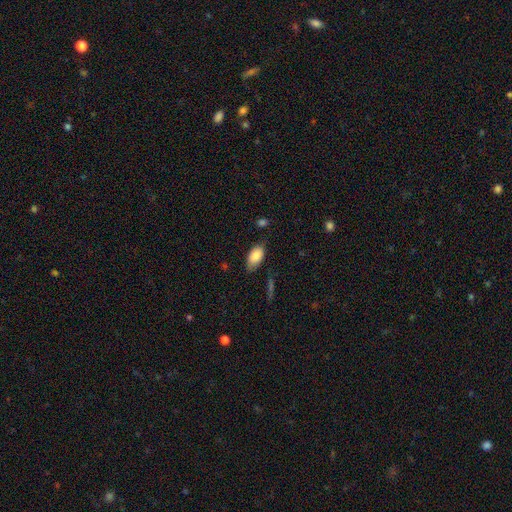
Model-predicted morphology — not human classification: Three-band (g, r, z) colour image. It shows a smooth galaxy with no disk features (85%) that is in between round and cigar-shaped (93%). Merging: none (70%).